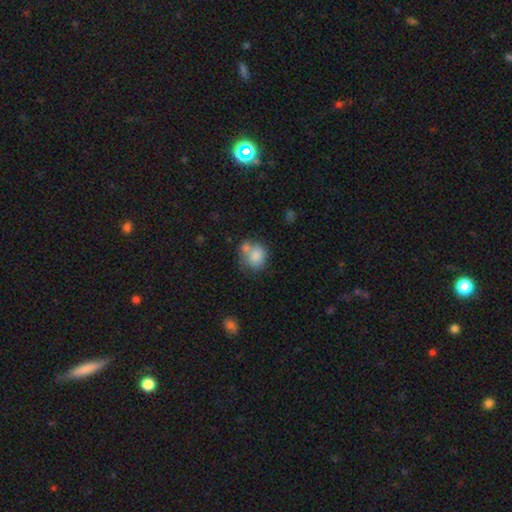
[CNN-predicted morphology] Overall: smooth (80%). How rounded: round (68%; in between 31%). Merging: none (43%; merger 34%).